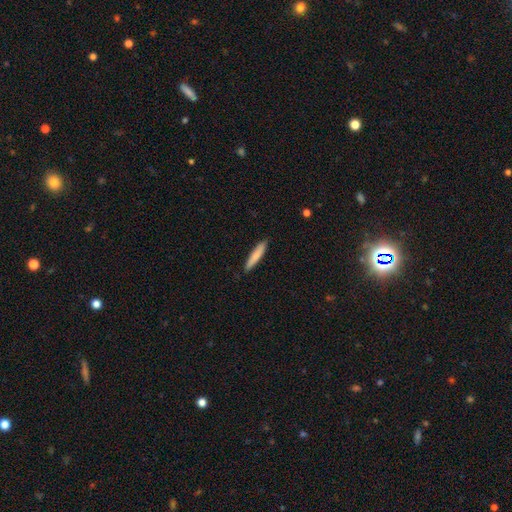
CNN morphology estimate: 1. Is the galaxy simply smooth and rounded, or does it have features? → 79% smooth, 16% featured or disk, 5% star or artifact.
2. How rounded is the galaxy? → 91% cigar-shaped, 8% in between, 1% round.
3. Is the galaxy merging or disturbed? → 89% none, 9% minor disturbance, 1% major disturbance, 1% merger.